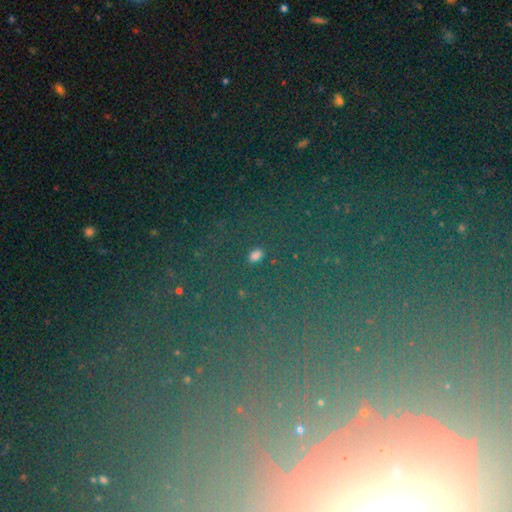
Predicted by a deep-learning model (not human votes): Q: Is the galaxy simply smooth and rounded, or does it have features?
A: star or artifact — 74%.